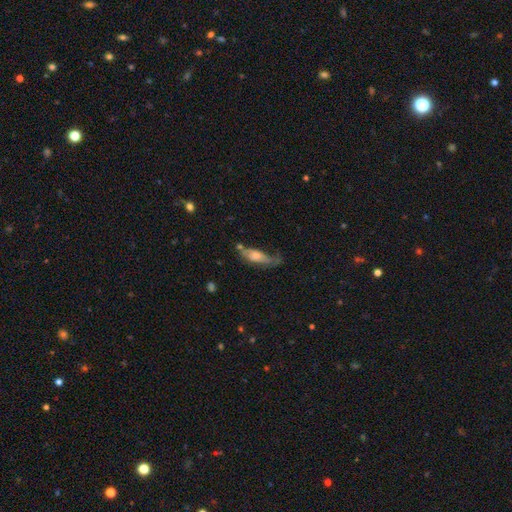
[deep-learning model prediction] Overall: smooth (50%; featured or disk 43%). Merging: none (35%; minor disturbance 30%).